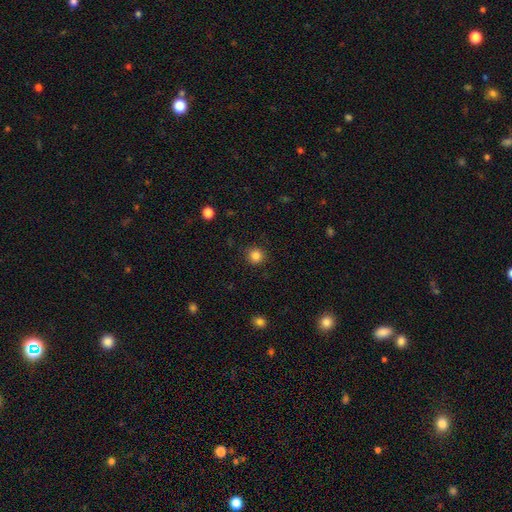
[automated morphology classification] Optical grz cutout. It shows a smooth galaxy with no disk features (84%) that is round (93%). Merging: none (89%).